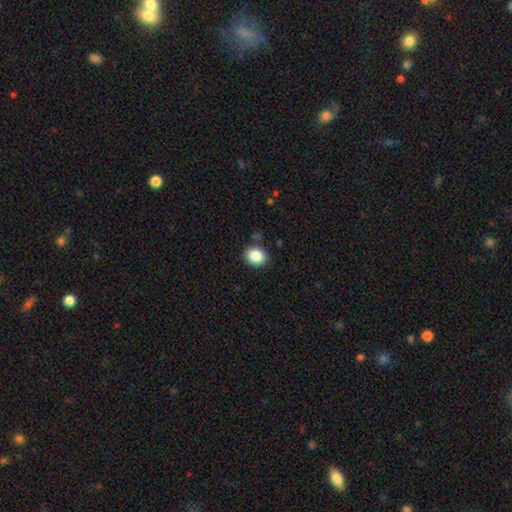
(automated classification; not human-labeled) Smooth or featured? Predicted: smooth (p=0.86). How rounded? Predicted: round (p=0.60). Merging? Predicted: none (p=0.84).